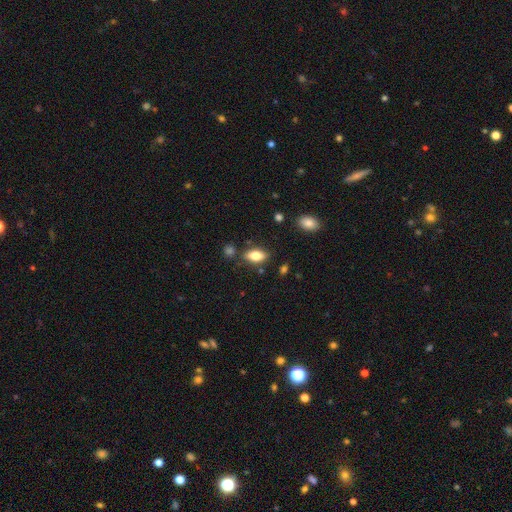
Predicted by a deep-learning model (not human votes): Smooth or featured: smooth — 74% (featured or disk — 18%)
How rounded: in between — 87% (cigar-shaped — 9%)
Merging: none — 80% (minor disturbance — 13%)